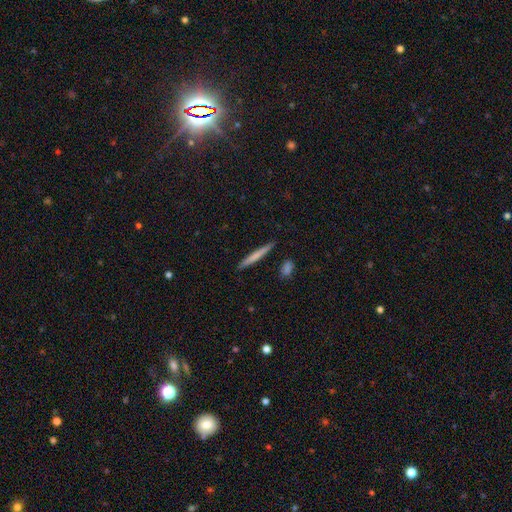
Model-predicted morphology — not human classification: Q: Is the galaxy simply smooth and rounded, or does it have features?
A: smooth — 66%.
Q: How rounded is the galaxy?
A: cigar-shaped — 96%.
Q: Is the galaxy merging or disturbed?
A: none — 90%.